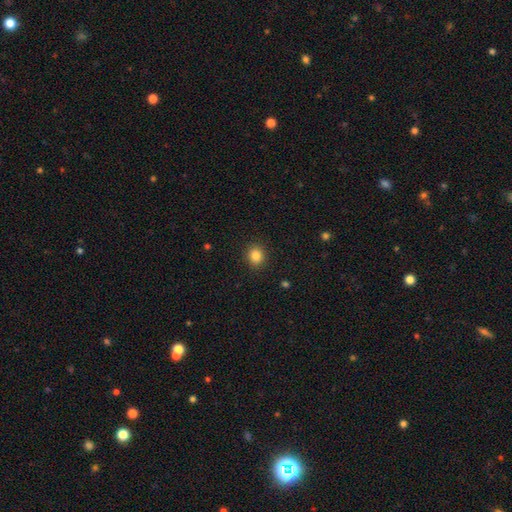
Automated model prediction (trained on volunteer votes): The model was most divided on "how rounded": round: 76%, in between: 24%, cigar-shaped: 1%. More confident: merging — none (90%); smooth or featured — smooth (85%).